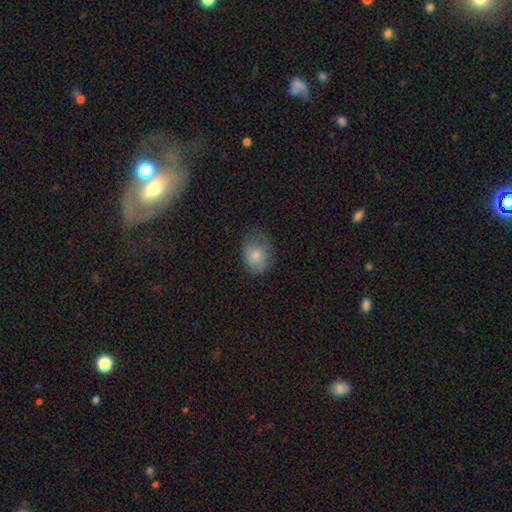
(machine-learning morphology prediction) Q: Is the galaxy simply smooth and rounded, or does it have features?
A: smooth — 77%.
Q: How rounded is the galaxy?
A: in between — 57%.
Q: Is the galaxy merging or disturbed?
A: none — 59%.